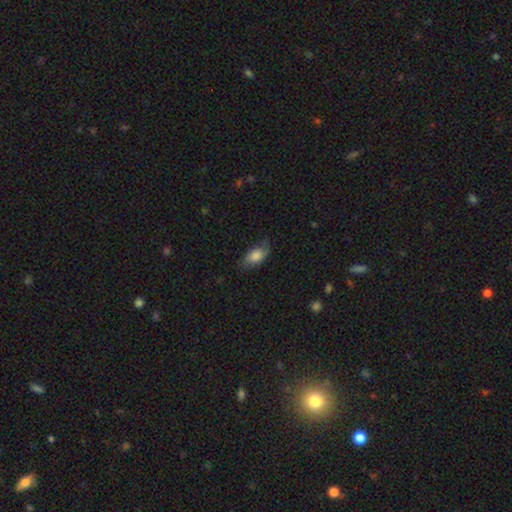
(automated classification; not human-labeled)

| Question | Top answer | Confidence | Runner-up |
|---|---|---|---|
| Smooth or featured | smooth | 78% | featured or disk (15%) |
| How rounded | in between | 90% | round (6%) |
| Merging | none | 66% | minor disturbance (26%) |